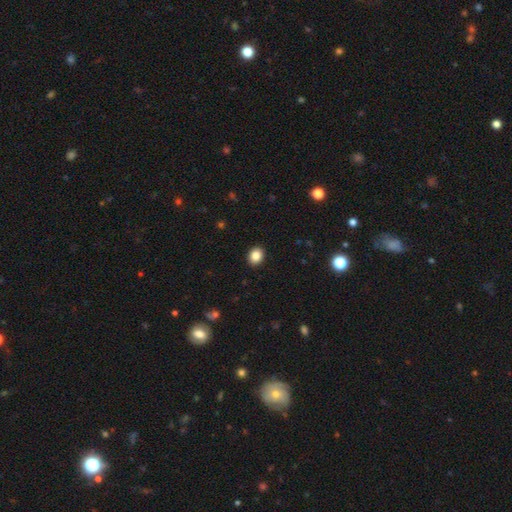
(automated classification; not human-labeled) smooth_or_featured: smooth (p=0.86) [alt: star or artifact p=0.09]
how_rounded: round (p=0.53) [alt: in between p=0.46]
merging: none (p=0.91) [alt: minor disturbance p=0.06]